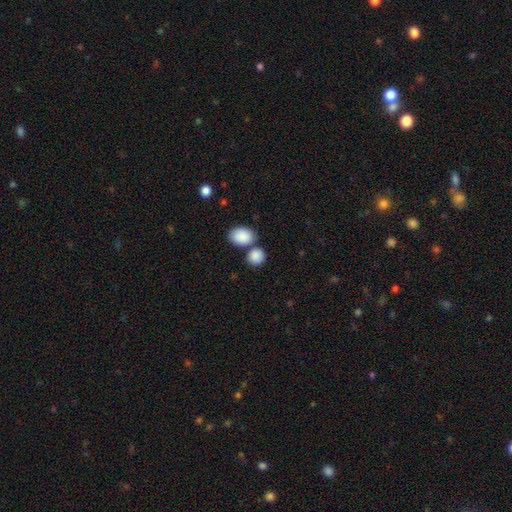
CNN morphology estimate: smooth_or_featured: smooth (p=0.88) [alt: star or artifact p=0.07]
how_rounded: round (p=0.52) [alt: in between p=0.47]
merging: none (p=0.55) [alt: merger p=0.31]